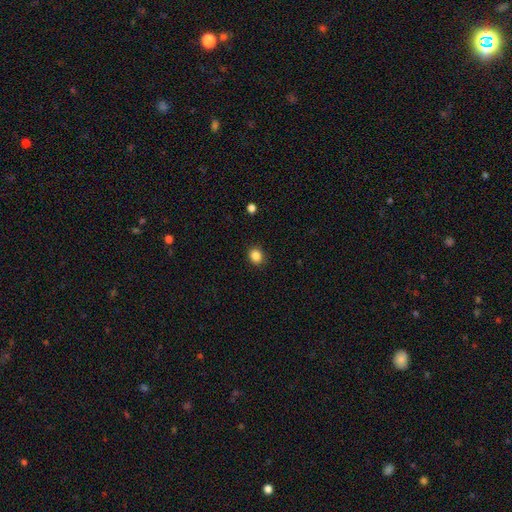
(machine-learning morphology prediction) A smooth galaxy with no disk features (86%) that is round (68%).

Vote fractions:
- Smooth or featured? smooth: 86% / star or artifact: 10% / featured or disk: 4%
- How rounded? round: 68% / in between: 32% / cigar-shaped: 1%
- Merging? none: 89% / minor disturbance: 8% / major disturbance: 2% / merger: 1%